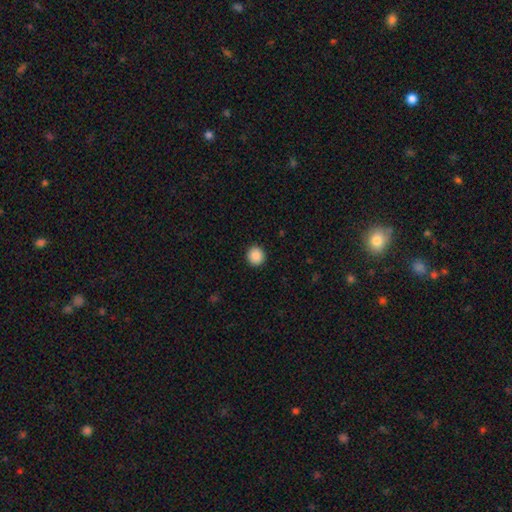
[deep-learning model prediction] Smooth or featured? smooth (89%)
How rounded? round (91%)
Merging? none (93%)